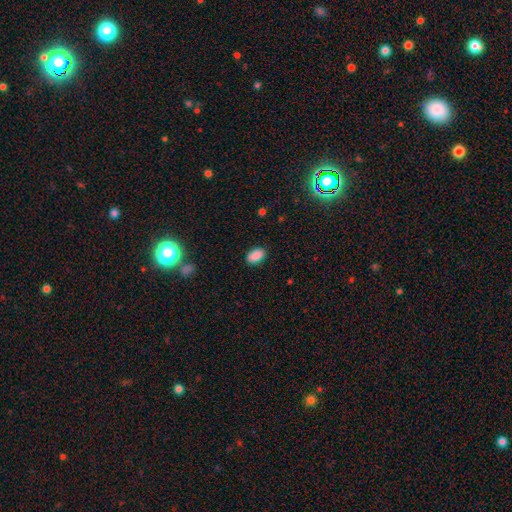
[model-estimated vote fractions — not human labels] Overall: smooth (89%). How rounded: in between (92%). Merging: none (87%).